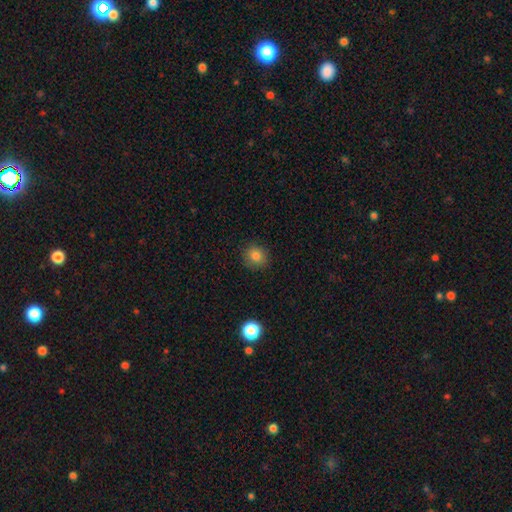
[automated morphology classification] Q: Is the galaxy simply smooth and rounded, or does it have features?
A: smooth — 83%.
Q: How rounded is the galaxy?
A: round — 85%.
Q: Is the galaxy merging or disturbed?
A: none — 89%.